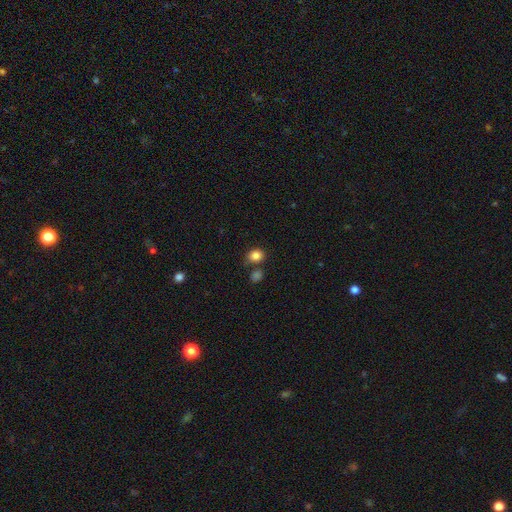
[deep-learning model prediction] Smooth or featured? smooth (84%)
How rounded? round (66%)
Merging? none (68%)